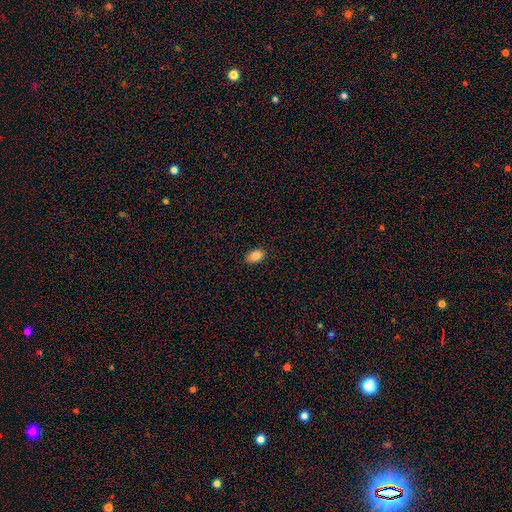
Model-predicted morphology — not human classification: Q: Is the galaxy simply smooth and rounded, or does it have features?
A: smooth — 87%.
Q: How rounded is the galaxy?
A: in between — 90%.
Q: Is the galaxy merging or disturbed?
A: none — 88%.